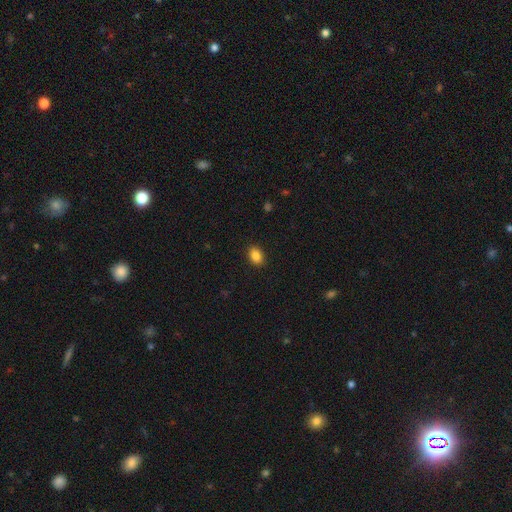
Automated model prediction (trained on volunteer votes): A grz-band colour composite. It shows a smooth galaxy with no disk features (86%) that is in between round and cigar-shaped (76%). Merging: none (90%).